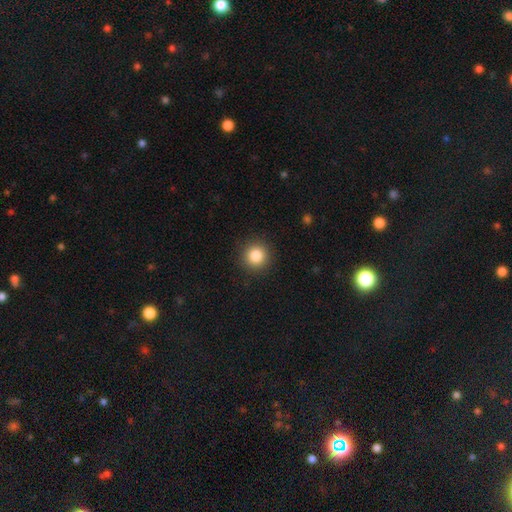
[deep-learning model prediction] Q: Smooth or featured?
A: smooth (85%); runner-up: star or artifact (10%)
Q: How rounded?
A: round (94%); runner-up: in between (5%)
Q: Merging?
A: none (92%); runner-up: minor disturbance (6%)